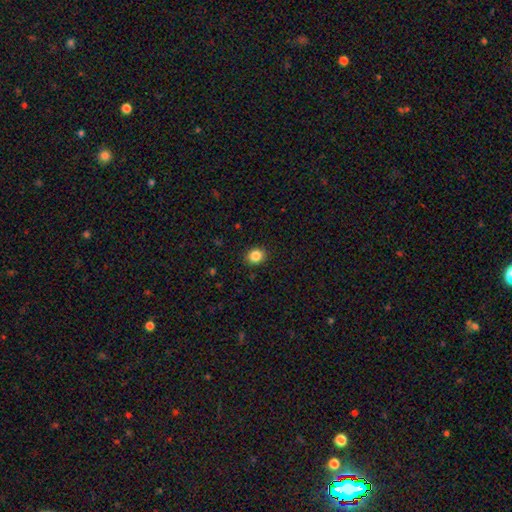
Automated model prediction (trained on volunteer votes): This appears to be a smooth galaxy with no disk features (85%) that is round (67%). Merging: none (90%).